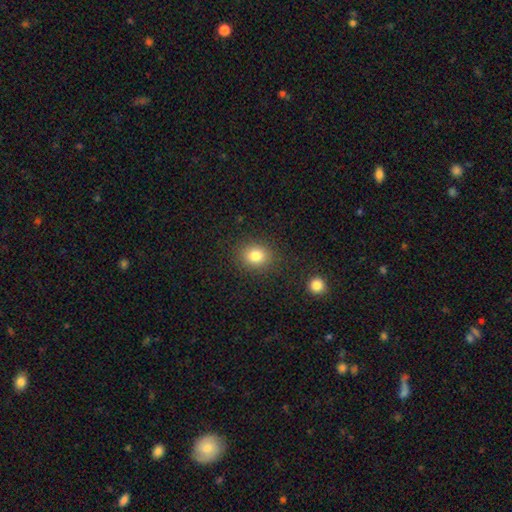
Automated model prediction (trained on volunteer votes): smooth-or-featured: smooth: 82% | star or artifact: 11% | featured or disk: 7%
  how-rounded: round: 61% | in between: 38% | cigar-shaped: 1%
  merging: none: 86% | minor disturbance: 9% | major disturbance: 3% | merger: 2%